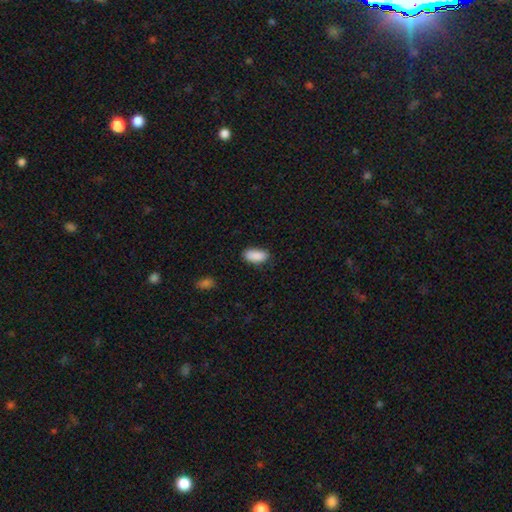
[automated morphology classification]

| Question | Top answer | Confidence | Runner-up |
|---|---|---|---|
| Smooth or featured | smooth | 90% | star or artifact (7%) |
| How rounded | in between | 92% | cigar-shaped (5%) |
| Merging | none | 83% | minor disturbance (13%) |